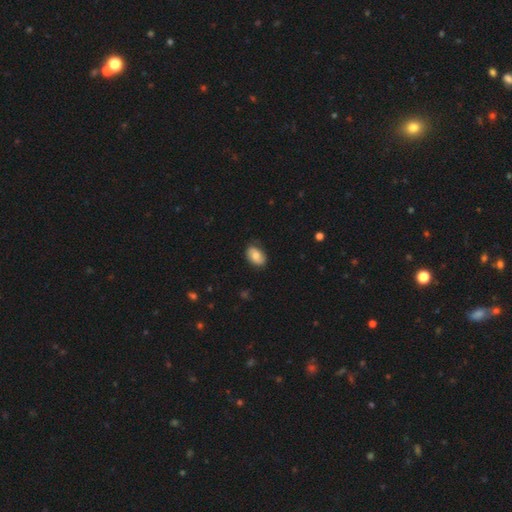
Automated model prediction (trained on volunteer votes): smooth_or_featured: smooth (p=0.71) [alt: featured or disk p=0.22]
how_rounded: in between (p=0.86) [alt: round p=0.13]
merging: none (p=0.78) [alt: minor disturbance p=0.18]